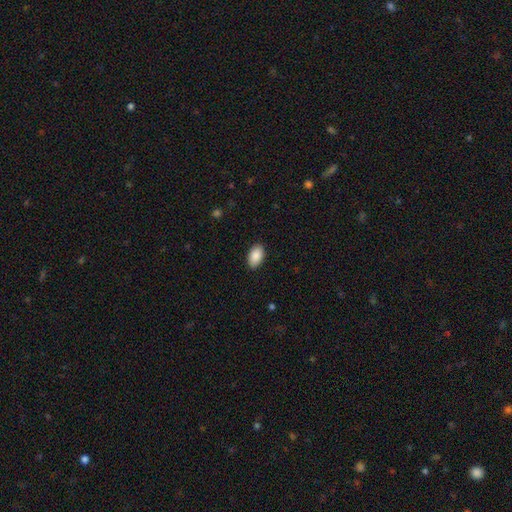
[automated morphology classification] A smooth galaxy with no disk features (90%) that is in between round and cigar-shaped (94%).

Vote fractions:
- Smooth or featured? smooth: 90% / star or artifact: 7% / featured or disk: 4%
- How rounded? in between: 94% / round: 5% / cigar-shaped: 1%
- Merging? none: 88% / minor disturbance: 9% / major disturbance: 2% / merger: 1%